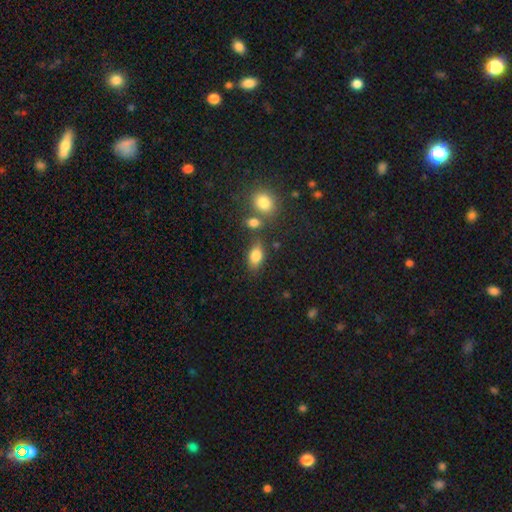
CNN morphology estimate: This appears to be a smooth galaxy with no disk features (82%) that is in between round and cigar-shaped (85%). Merging: none (70%).